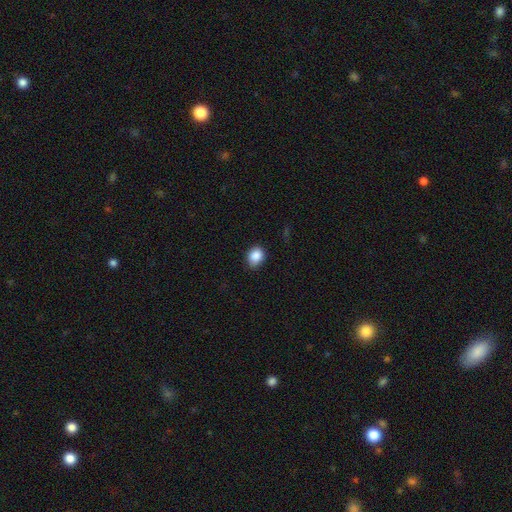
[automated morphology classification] Smooth or featured? smooth (87%)
How rounded? round (52%)
Merging? none (79%)